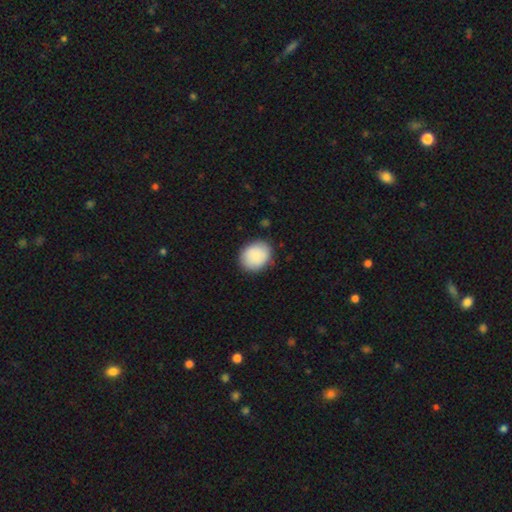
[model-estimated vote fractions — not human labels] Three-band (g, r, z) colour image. It shows a smooth galaxy with no disk features (82%) that is round (66%). Merging: none (86%).